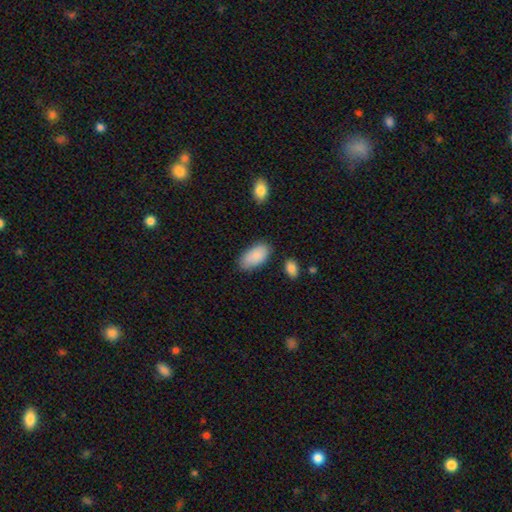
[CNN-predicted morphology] Smooth or featured?
  - smooth: 89% *
  - star or artifact: 6%
  - featured or disk: 5%
How rounded?
  - in between: 95% *
  - round: 3%
  - cigar-shaped: 3%
Merging?
  - none: 79% *
  - minor disturbance: 15%
  - major disturbance: 3%
  - merger: 3%